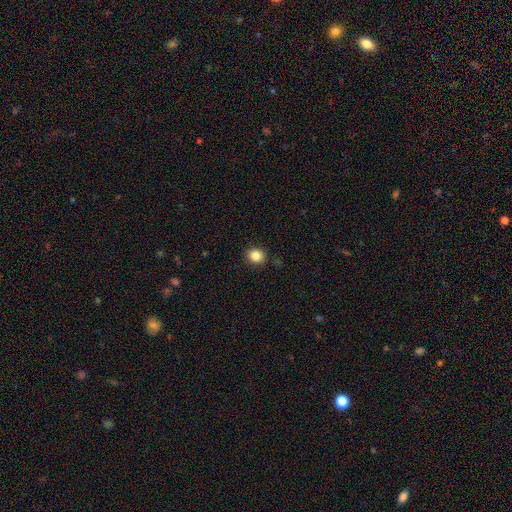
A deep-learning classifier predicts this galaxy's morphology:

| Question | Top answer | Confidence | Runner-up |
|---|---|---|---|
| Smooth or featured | smooth | 84% | star or artifact (11%) |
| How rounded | round | 77% | in between (22%) |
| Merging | none | 89% | minor disturbance (7%) |